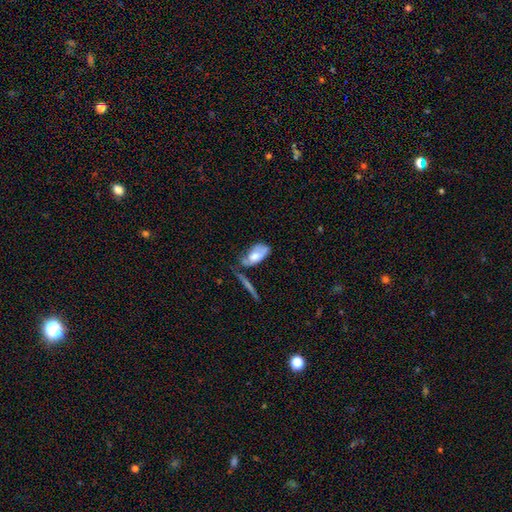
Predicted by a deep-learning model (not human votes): Morphology: type=smooth (64%); roundness=in between (88%); merging=none (31%, tied with minor disturbance).